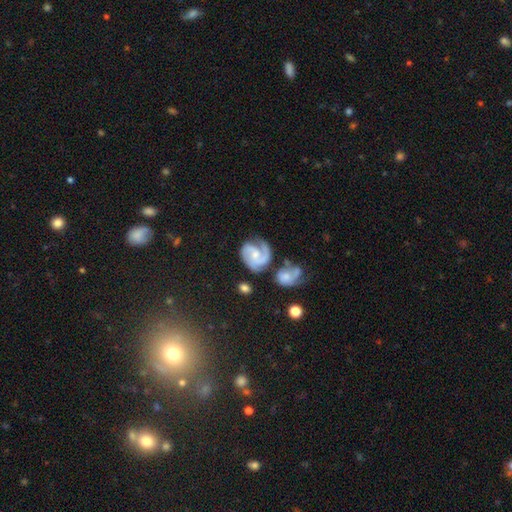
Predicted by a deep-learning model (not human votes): The model was most divided on "spiral winding": medium: 47%, tight: 42%, loose: 12%. Remaining: edge-on disk — no (98%); spiral arms — yes (97%); smooth or featured — featured or disk (86%); spiral arm count — 2 (64%); bar — no (58%); merging — none (52%); bulge size — small (49%).